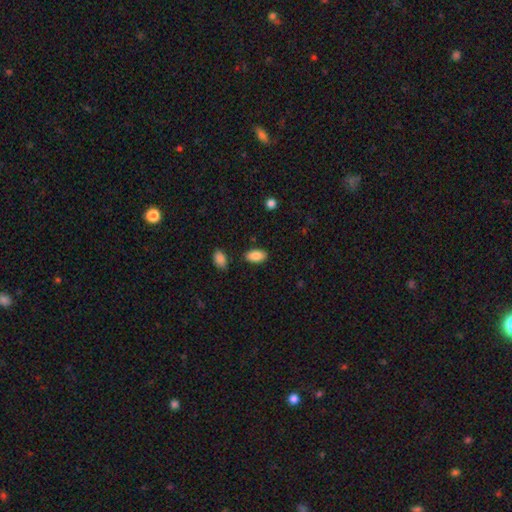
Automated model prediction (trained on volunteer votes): smooth 87%, star or artifact 7%, featured or disk 6%. Down the decision tree: how rounded — in between (94%); merging — none (86%).